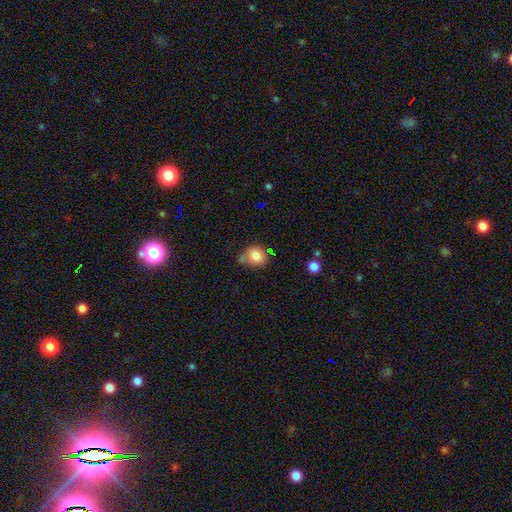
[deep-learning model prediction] This is clearly a smooth galaxy (82%). How rounded: likely round (73%). Merging: possibly none (59%).